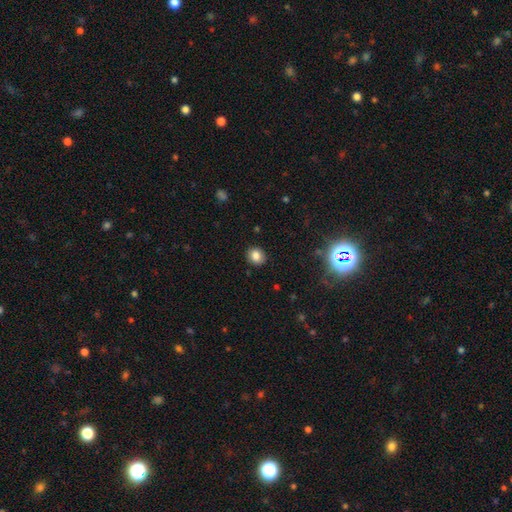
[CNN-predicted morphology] Smooth or featured? Predicted: smooth (p=0.83). How rounded? Predicted: round (p=0.72). Merging? Predicted: none (p=0.89).